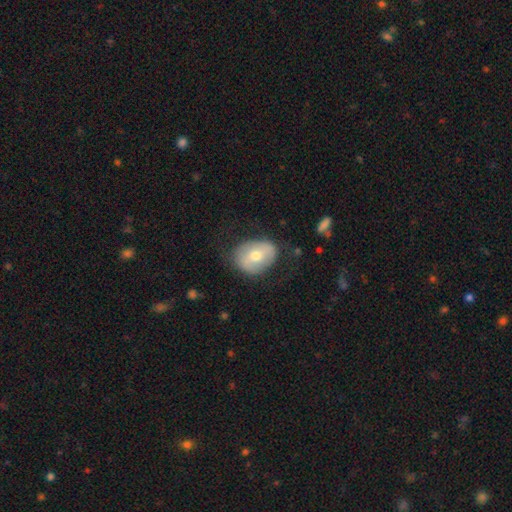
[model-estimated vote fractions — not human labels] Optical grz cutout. It shows a smooth galaxy with no disk features (53%) that is in between round and cigar-shaped (59%). Merging: none (72%).